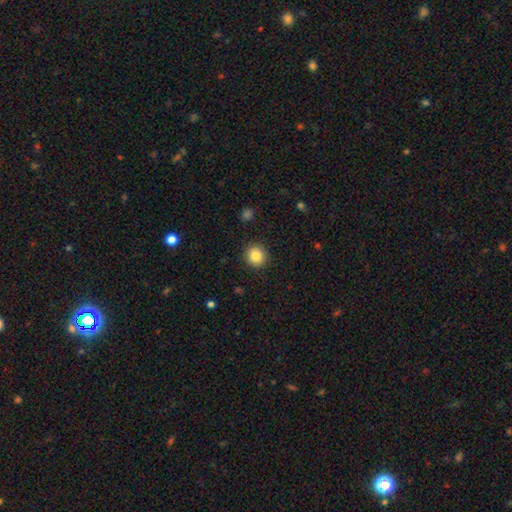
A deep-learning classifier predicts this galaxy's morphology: Overall: smooth (84%). How rounded: round (92%). Merging: none (91%).